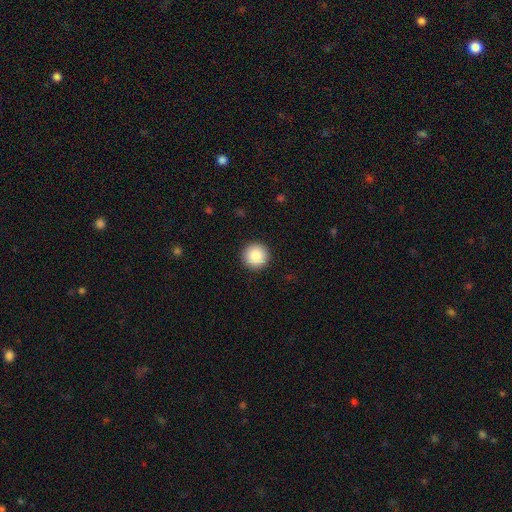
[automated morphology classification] The model was most divided on "smooth or featured": smooth: 86%, star or artifact: 8%, featured or disk: 5%. More confident: how rounded — round (96%); merging — none (93%).